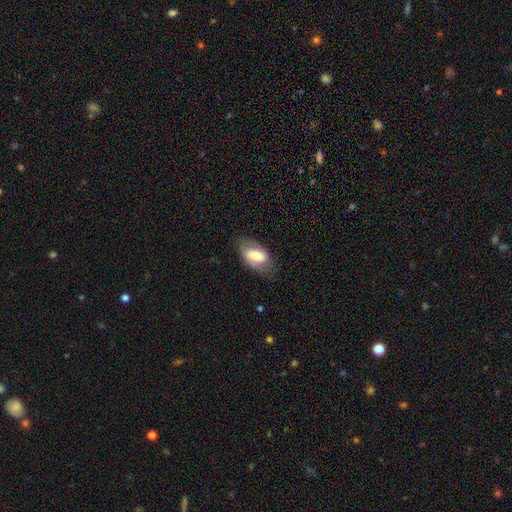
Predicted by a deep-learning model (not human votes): A smooth galaxy with no disk features (59%) that is in between round and cigar-shaped (92%).

Vote fractions:
- Smooth or featured? smooth: 59% / featured or disk: 34% / star or artifact: 7%
- How rounded? in between: 92% / round: 5% / cigar-shaped: 3%
- Merging? none: 74% / minor disturbance: 18% / major disturbance: 7% / merger: 1%